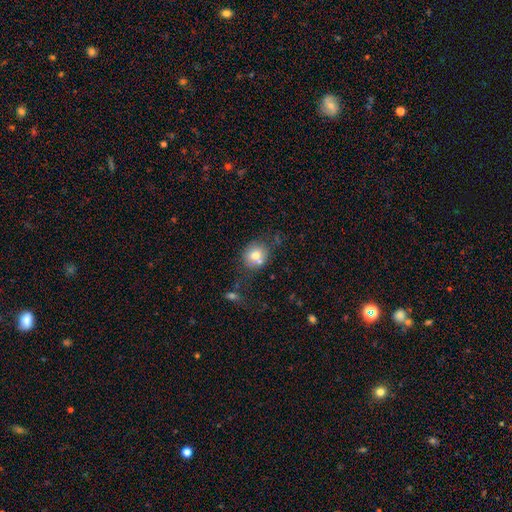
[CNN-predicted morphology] type=smooth (72%); roundness=round (73%); merging=none (58%).